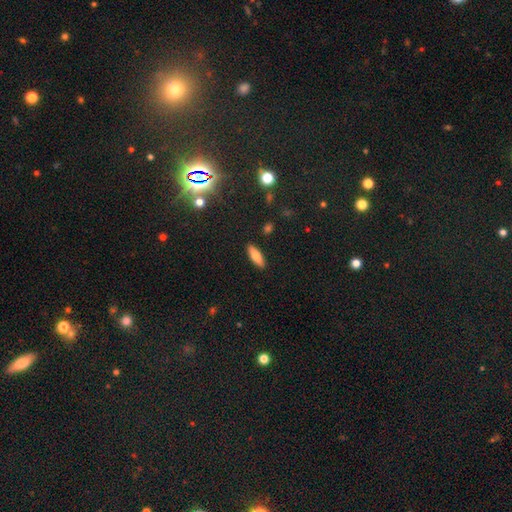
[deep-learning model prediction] This is likely a smooth galaxy (69%). How rounded: possibly in between (55%). Merging: clearly none (90%).